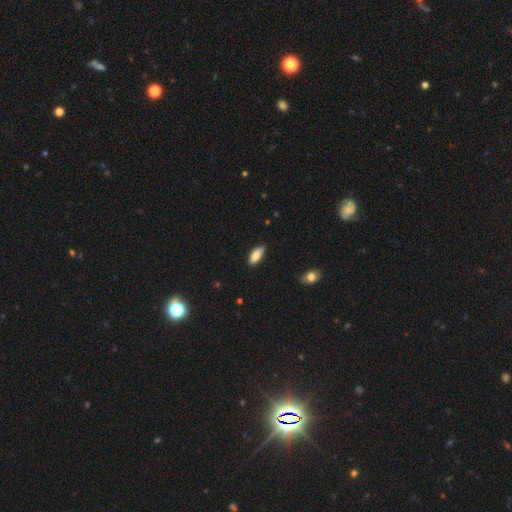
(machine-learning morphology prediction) This is clearly a smooth galaxy (82%). How rounded: clearly in between (81%). Merging: clearly none (81%).